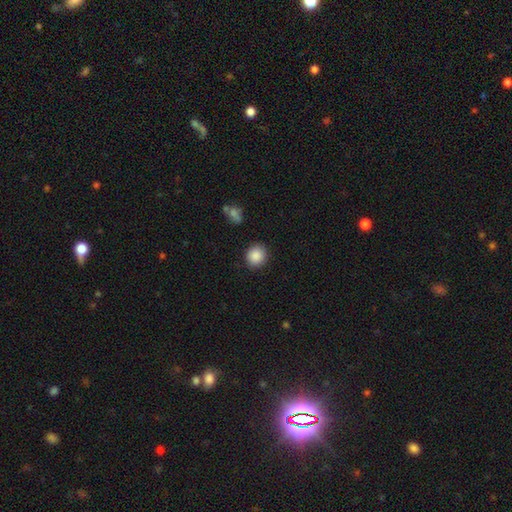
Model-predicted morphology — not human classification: Smooth or featured: smooth — 88% (star or artifact — 8%)
How rounded: round — 84% (in between — 15%)
Merging: none — 88% (minor disturbance — 8%)